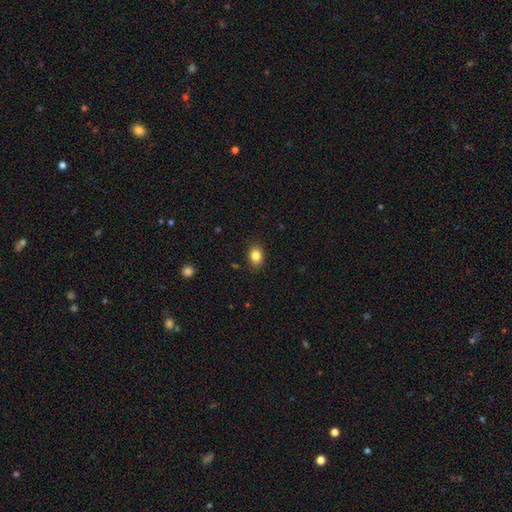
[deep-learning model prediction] Q: Smooth or featured?
A: smooth (84%); runner-up: star or artifact (10%)
Q: How rounded?
A: in between (61%); runner-up: round (38%)
Q: Merging?
A: none (86%); runner-up: minor disturbance (10%)